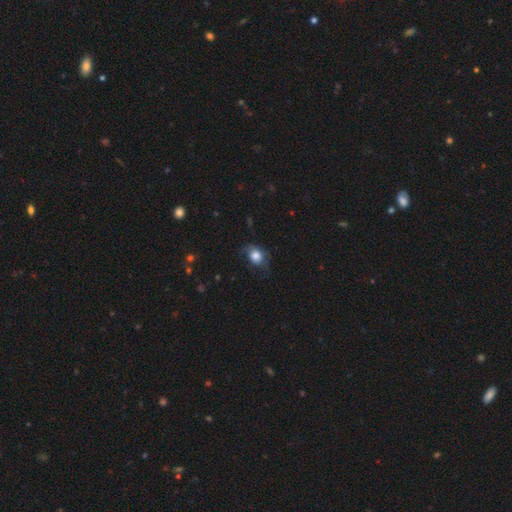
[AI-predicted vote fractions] Smooth or featured? smooth (70%)
How rounded? in between (52%)
Merging? none (49%)